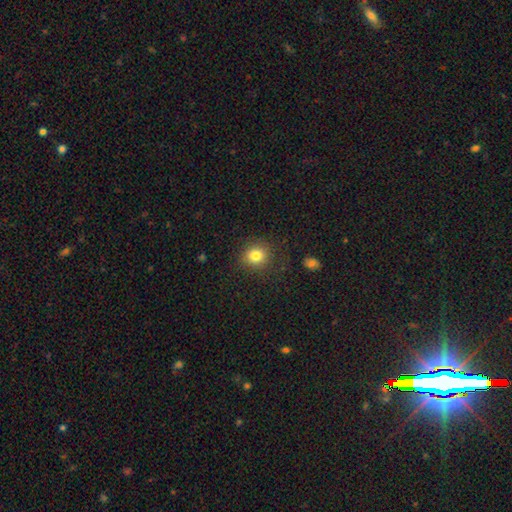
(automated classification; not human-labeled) Overall: smooth (82%). How rounded: round (82%). Merging: none (84%).